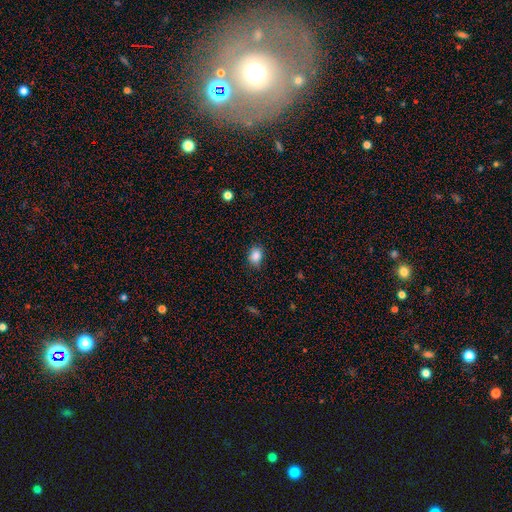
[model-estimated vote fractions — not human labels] smooth 86%, star or artifact 10%, featured or disk 5%. Down the decision tree: how rounded — in between (56%); merging — none (74%).